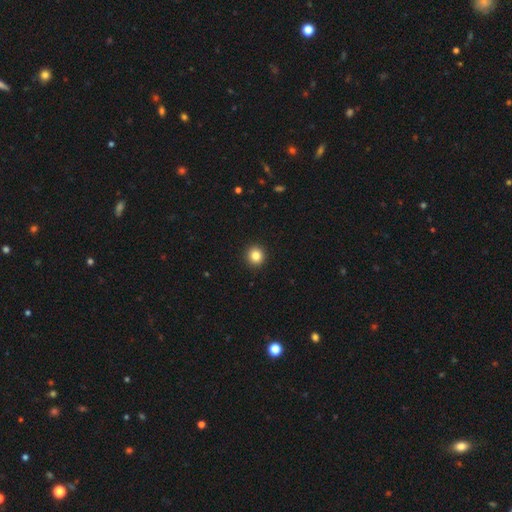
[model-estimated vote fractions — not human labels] Morphology: type=smooth (84%); roundness=round (94%); merging=none (94%).